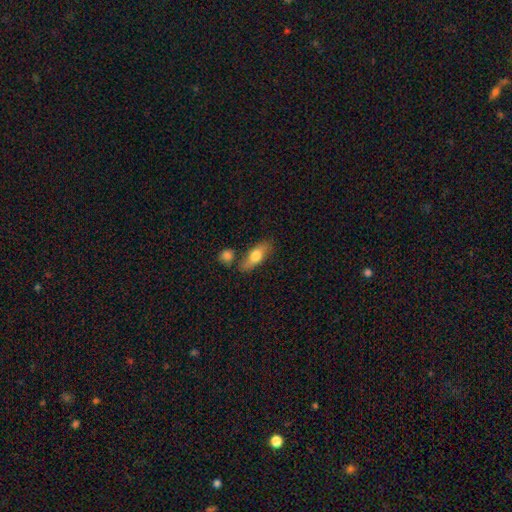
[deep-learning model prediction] The model was most divided on "smooth or featured": smooth: 64%, featured or disk: 30%, star or artifact: 6%. More confident: merging — none (71%); how rounded — in between (66%).